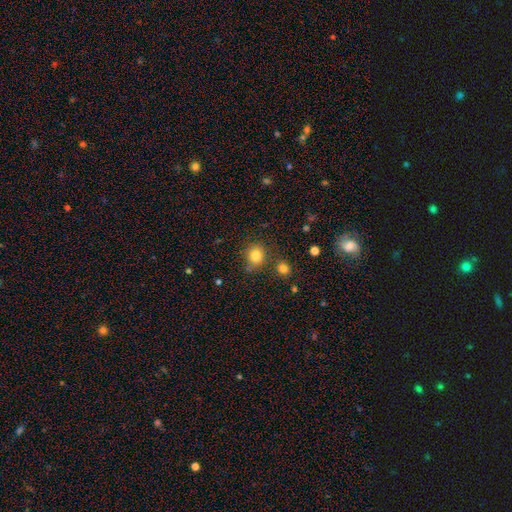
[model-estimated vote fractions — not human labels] Smooth or featured: smooth — 82% (star or artifact — 12%)
How rounded: round — 79% (in between — 20%)
Merging: none — 71% (minor disturbance — 15%)